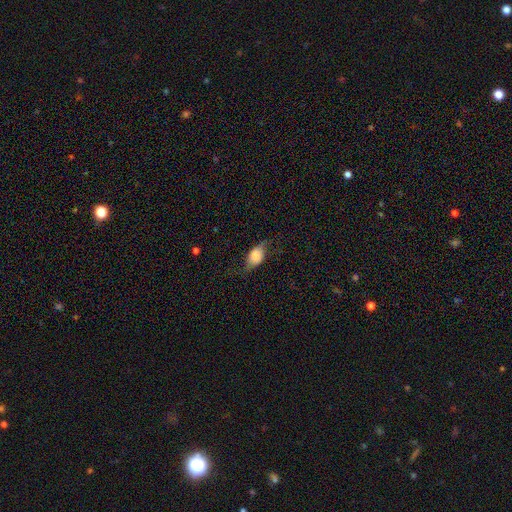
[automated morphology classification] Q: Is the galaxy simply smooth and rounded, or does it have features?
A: smooth — 63%.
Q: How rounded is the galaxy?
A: in between — 84%.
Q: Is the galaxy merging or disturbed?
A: none — 57%.